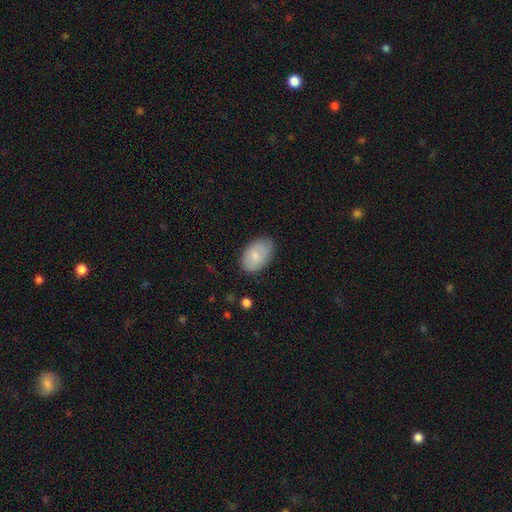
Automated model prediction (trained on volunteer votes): This appears to be a smooth galaxy with no disk features (80%) that is in between round and cigar-shaped (91%). Merging: none (76%).